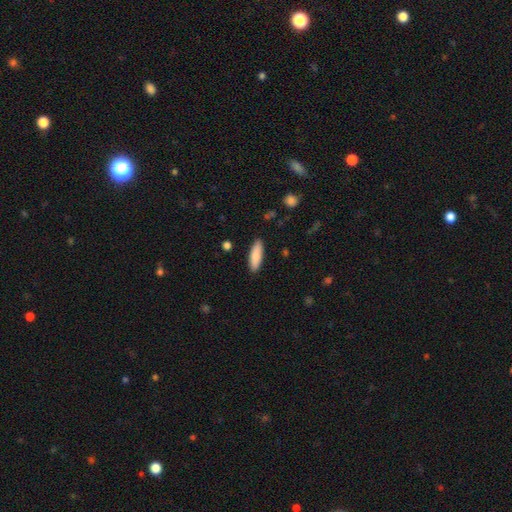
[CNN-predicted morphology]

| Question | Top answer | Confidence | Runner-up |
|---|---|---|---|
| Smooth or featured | smooth | 85% | featured or disk (9%) |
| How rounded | cigar-shaped | 54% | in between (44%) |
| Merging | none | 89% | minor disturbance (8%) |